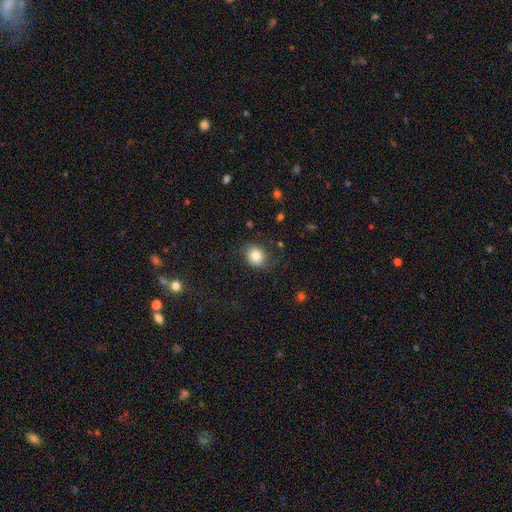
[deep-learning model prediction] Morphology: type=smooth (81%); roundness=round (57%); merging=none (70%).